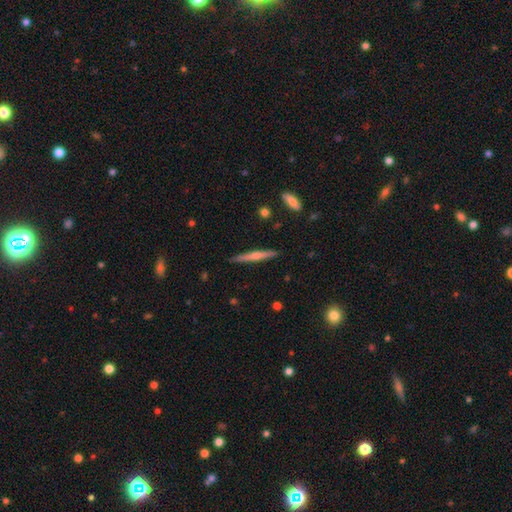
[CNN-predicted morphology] smooth-or-featured: featured or disk: 50% | smooth: 44% | star or artifact: 6%
  merging: none: 89% | minor disturbance: 8% | major disturbance: 1% | merger: 1%